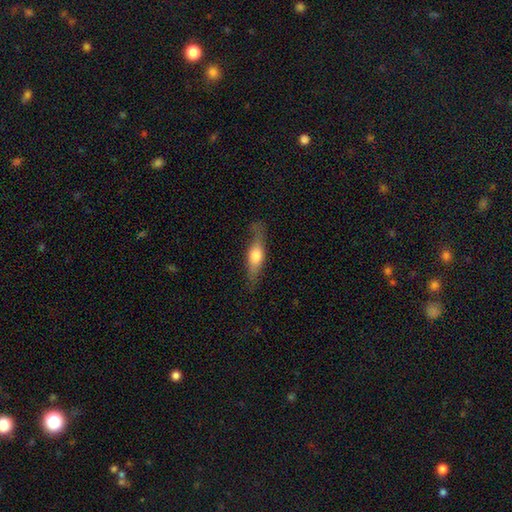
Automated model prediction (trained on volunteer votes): This appears to be a smooth galaxy with no disk features (48%). Merging: none (74%).